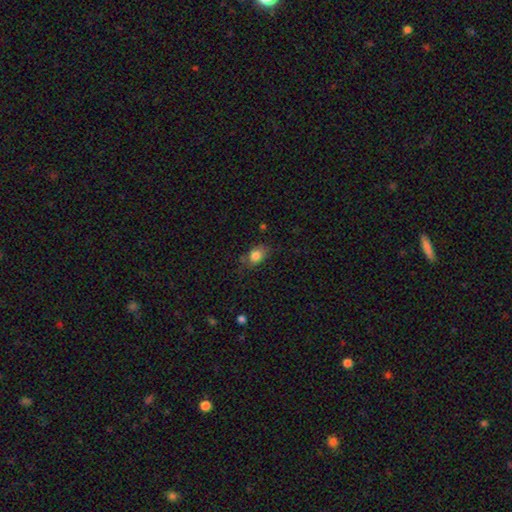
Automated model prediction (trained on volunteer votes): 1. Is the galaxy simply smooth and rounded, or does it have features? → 82% smooth, 10% star or artifact, 8% featured or disk.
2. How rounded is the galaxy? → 66% in between, 32% round, 2% cigar-shaped.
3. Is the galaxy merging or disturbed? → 63% none, 26% minor disturbance, 8% major disturbance, 3% merger.